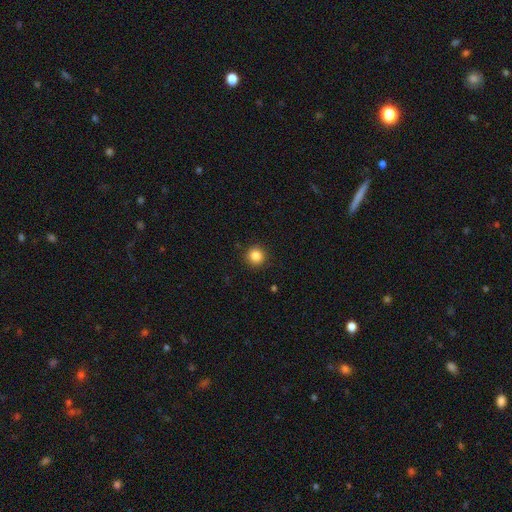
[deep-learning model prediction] Morphology: type=smooth (85%); roundness=round (94%); merging=none (91%).